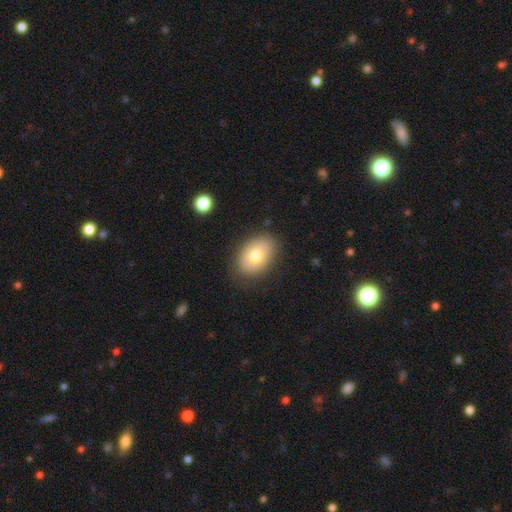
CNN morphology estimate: A smooth galaxy with no disk features (76%) that is in between round and cigar-shaped (86%). Merging: none (84%).